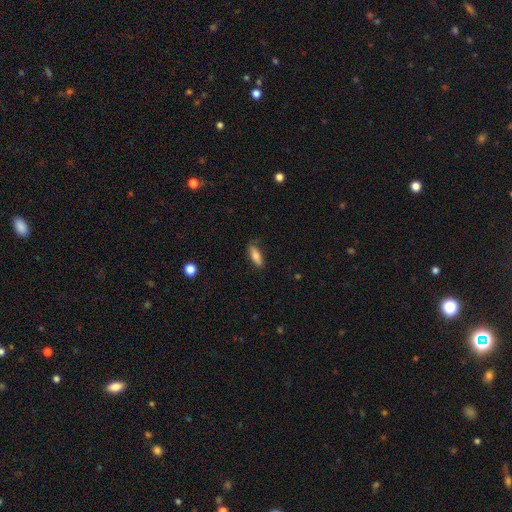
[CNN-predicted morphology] Smooth or featured? Predicted: smooth (p=0.79). How rounded? Predicted: in between (p=0.63). Merging? Predicted: none (p=0.82).